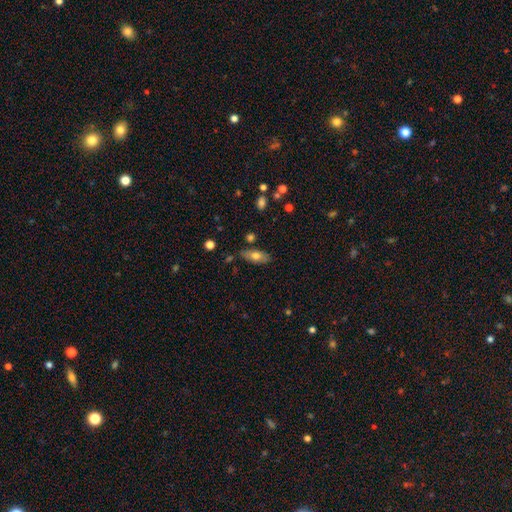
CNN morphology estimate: Smooth or featured? Predicted: smooth (p=0.68). How rounded? Predicted: in between (p=0.81). Merging? Predicted: none (p=0.79).